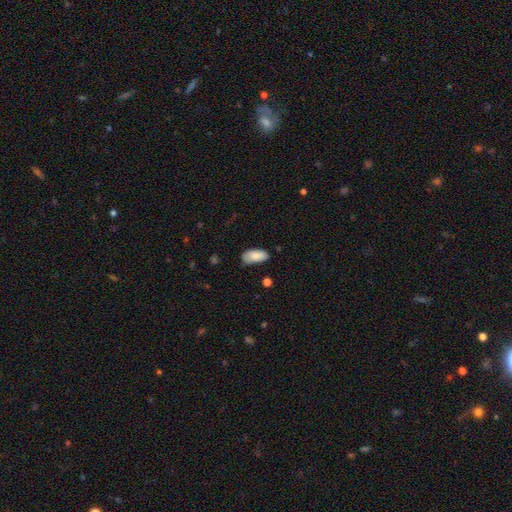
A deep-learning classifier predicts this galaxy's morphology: The model was most divided on "merging": none: 65%, minor disturbance: 28%, major disturbance: 5%, merger: 2%. More confident: how rounded — in between (92%); smooth or featured — smooth (85%).